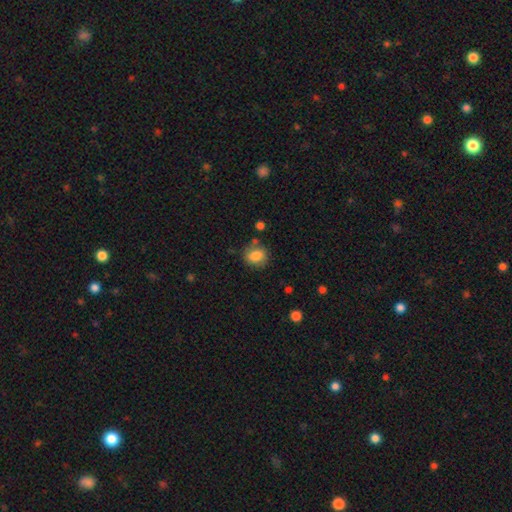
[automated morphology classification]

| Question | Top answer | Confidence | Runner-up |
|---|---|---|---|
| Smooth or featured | smooth | 83% | star or artifact (9%) |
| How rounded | round | 52% | in between (47%) |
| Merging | none | 71% | minor disturbance (17%) |